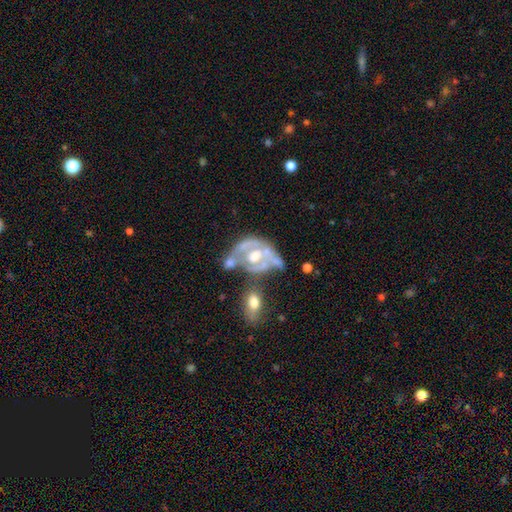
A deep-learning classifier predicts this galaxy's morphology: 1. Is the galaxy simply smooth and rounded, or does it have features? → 75% featured or disk, 16% smooth, 8% star or artifact.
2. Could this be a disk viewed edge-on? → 95% no, 5% yes.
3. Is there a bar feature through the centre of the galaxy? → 72% no, 20% weak, 7% strong.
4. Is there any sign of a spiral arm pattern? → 53% no, 47% yes.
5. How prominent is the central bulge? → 61% moderate, 16% small, 16% large, 5% none, 2% dominant.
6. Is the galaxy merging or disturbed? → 34% merger, 26% major disturbance, 23% none, 17% minor disturbance.